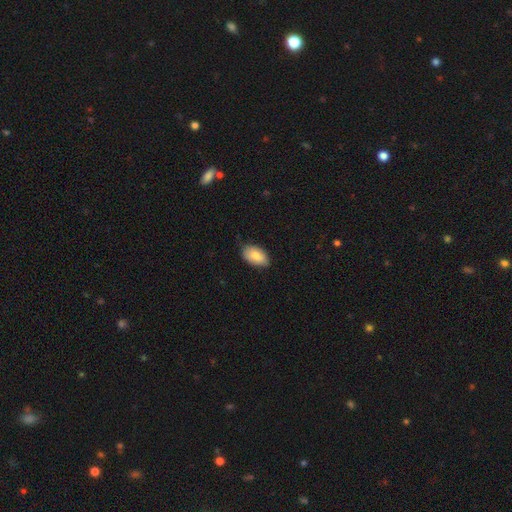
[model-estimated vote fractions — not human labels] A smooth galaxy with no disk features (83%) that is in between round and cigar-shaped (93%).

Vote fractions:
- Smooth or featured? smooth: 83% / featured or disk: 10% / star or artifact: 7%
- How rounded? in between: 93% / round: 5% / cigar-shaped: 2%
- Merging? none: 76% / minor disturbance: 21% / major disturbance: 3% / merger: 1%